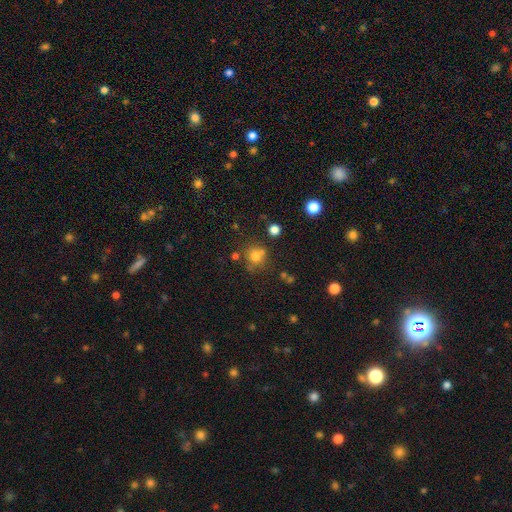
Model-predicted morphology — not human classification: Smooth or featured? Predicted: smooth (p=0.74). How rounded? Predicted: round (p=0.83). Merging? Predicted: none (p=0.62).